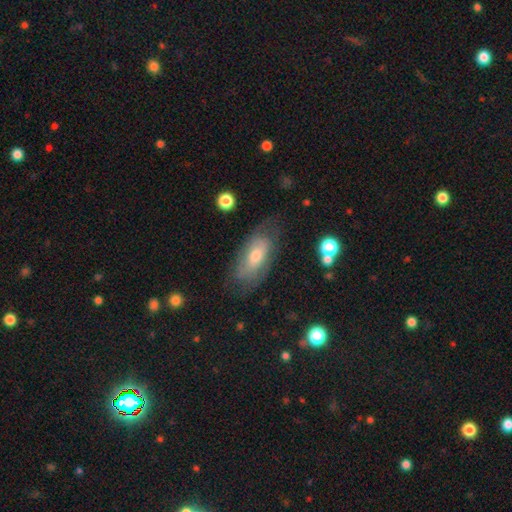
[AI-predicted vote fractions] Q: Smooth or featured?
A: featured or disk (49%); runner-up: smooth (43%)
Q: Merging?
A: none (67%); runner-up: minor disturbance (21%)